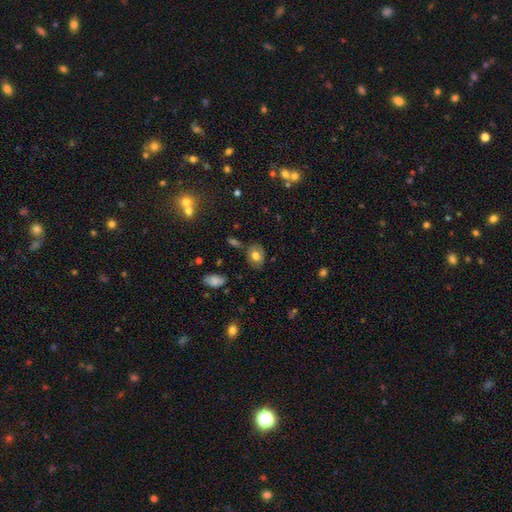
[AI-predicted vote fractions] smooth 71%, featured or disk 19%, star or artifact 9%. Down the decision tree: how rounded — in between (68%); merging — none (77%).